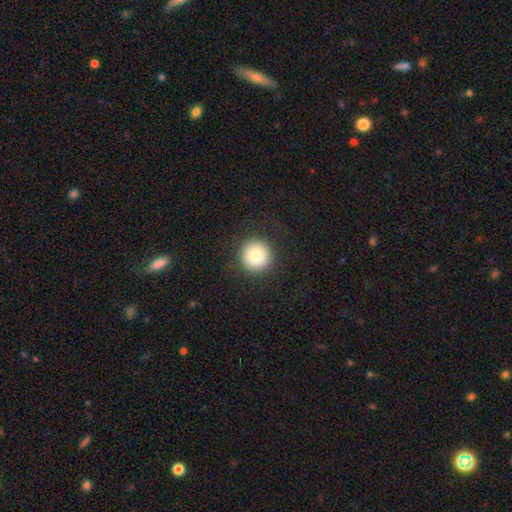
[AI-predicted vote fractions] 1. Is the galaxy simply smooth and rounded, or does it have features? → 83% smooth, 9% star or artifact, 8% featured or disk.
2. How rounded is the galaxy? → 96% round, 3% in between, 1% cigar-shaped.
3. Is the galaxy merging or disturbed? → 89% none, 7% minor disturbance, 3% major disturbance, 1% merger.